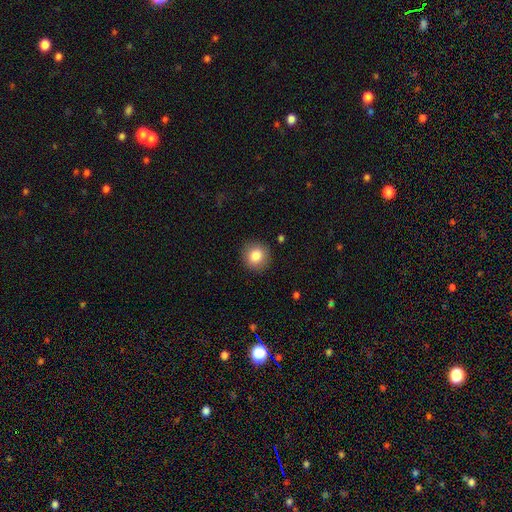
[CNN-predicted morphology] type=smooth (84%); roundness=round (88%); merging=none (89%).